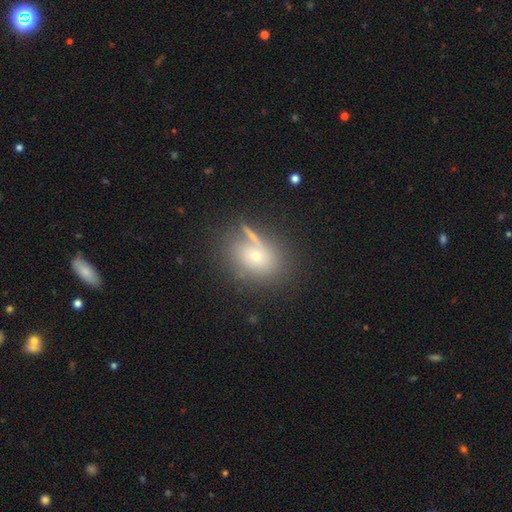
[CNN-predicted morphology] This is likely a smooth galaxy (65%). How rounded: possibly in between (50%). Merging: likely none (62%).